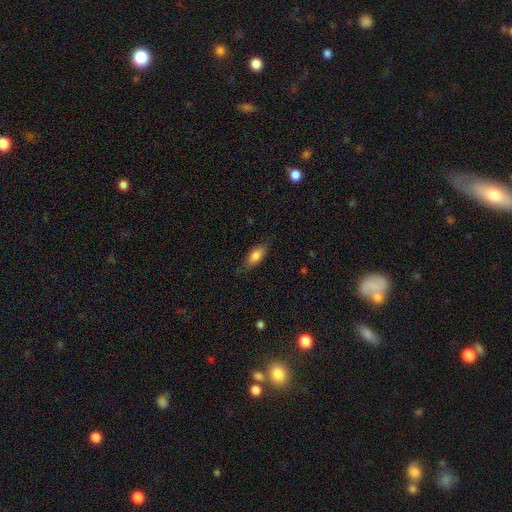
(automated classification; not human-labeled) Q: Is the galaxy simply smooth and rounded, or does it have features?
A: smooth — 79%.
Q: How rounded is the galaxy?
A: in between — 80%.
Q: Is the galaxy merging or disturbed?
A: none — 75%.